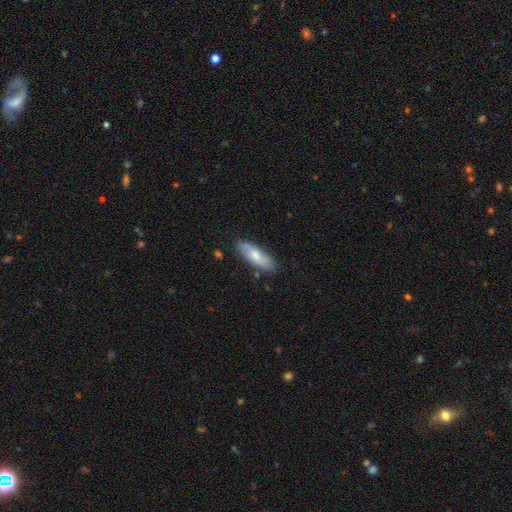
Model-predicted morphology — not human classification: This appears to be a smooth galaxy with no disk features (65%) that is in between round and cigar-shaped (63%). Merging: none (80%).